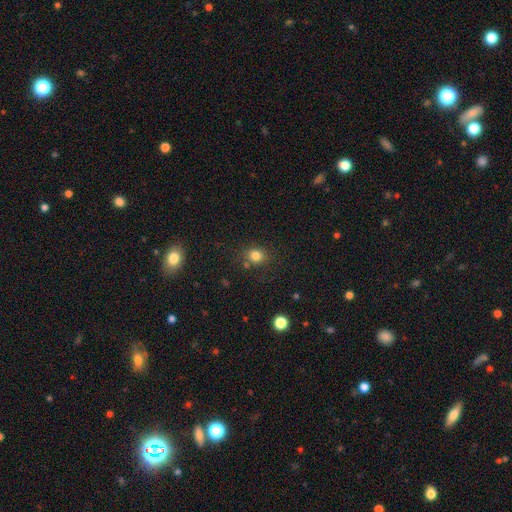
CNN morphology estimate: A smooth galaxy with no disk features (80%) that is round (74%). Merging: none (76%).